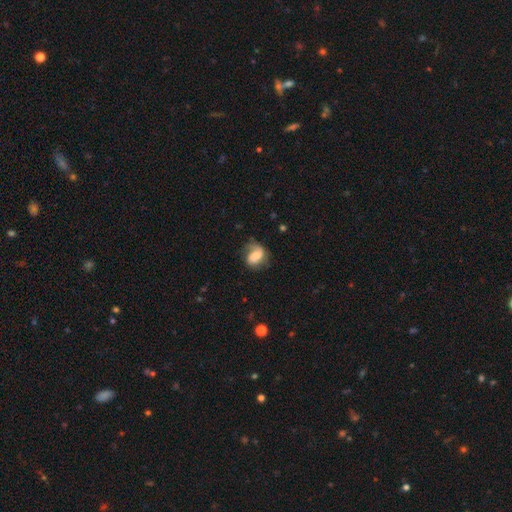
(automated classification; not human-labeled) smooth-or-featured: smooth: 47% | featured or disk: 44% | star or artifact: 8%
  merging: none: 53% | minor disturbance: 28% | major disturbance: 17% | merger: 2%